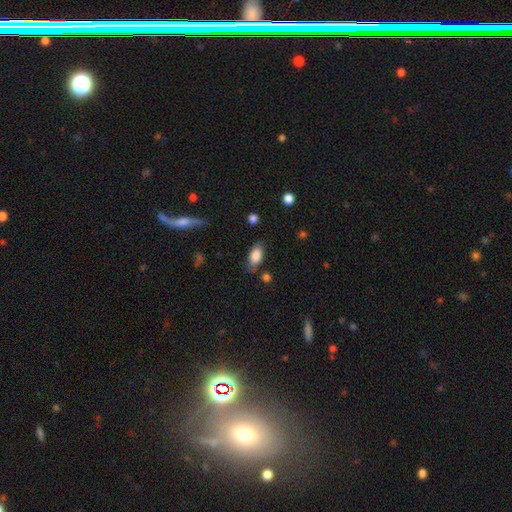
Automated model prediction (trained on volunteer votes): Morphology: type=smooth (82%); roundness=in between (88%); merging=none (73%).